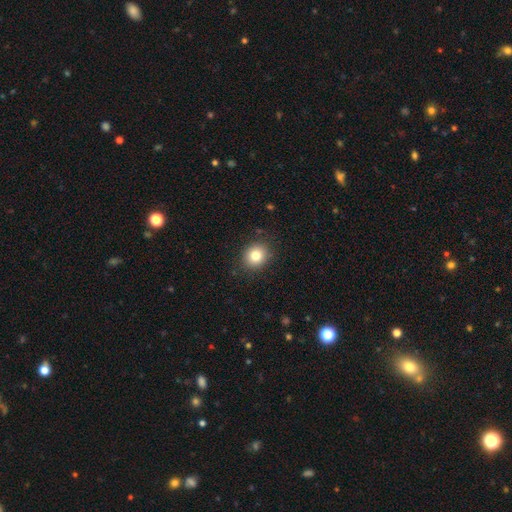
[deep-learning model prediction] Smooth or featured: smooth — 82% (star or artifact — 10%)
How rounded: round — 71% (in between — 28%)
Merging: none — 87% (minor disturbance — 9%)